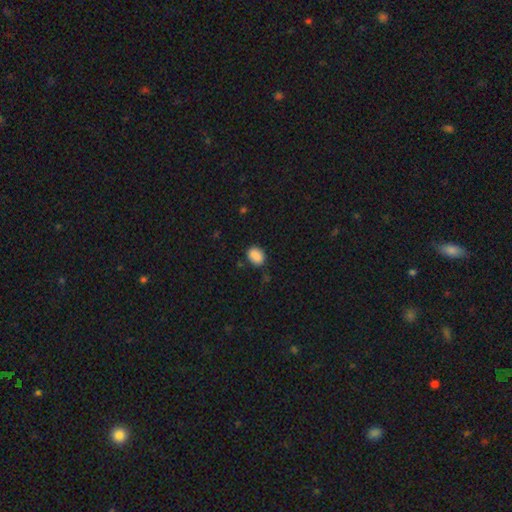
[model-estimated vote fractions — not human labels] The model was most divided on "how rounded": in between: 69%, round: 30%, cigar-shaped: 1%. More confident: smooth or featured — smooth (89%); merging — none (82%).